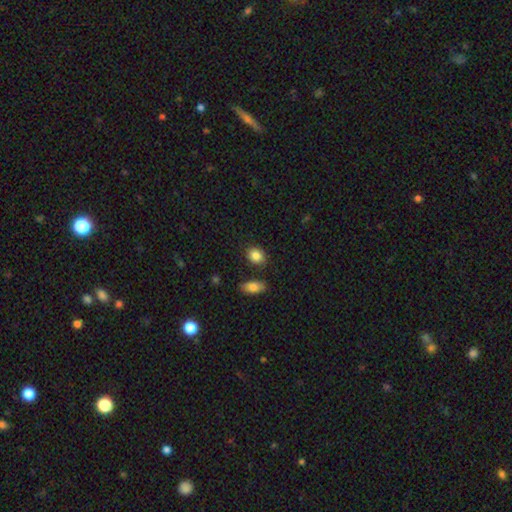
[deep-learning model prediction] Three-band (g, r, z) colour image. It shows a smooth galaxy with no disk features (85%) that is in between round and cigar-shaped (60%). Merging: none (82%).